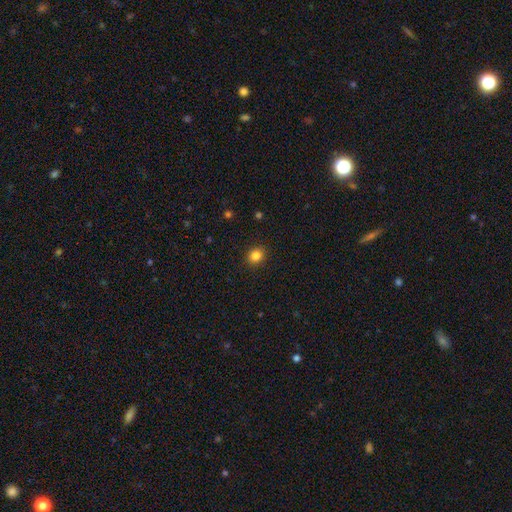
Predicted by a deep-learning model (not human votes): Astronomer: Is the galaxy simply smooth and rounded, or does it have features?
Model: smooth — 84%.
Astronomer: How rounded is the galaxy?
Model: round — 71%.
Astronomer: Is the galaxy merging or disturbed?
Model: none — 90%.